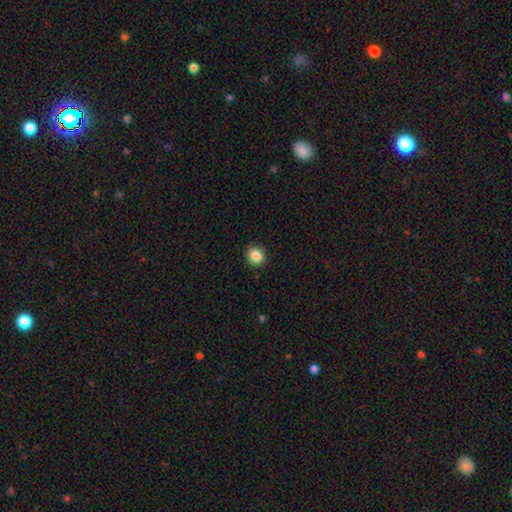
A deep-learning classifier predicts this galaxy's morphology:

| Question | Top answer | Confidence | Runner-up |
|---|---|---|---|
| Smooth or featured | smooth | 87% | star or artifact (10%) |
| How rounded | round | 89% | in between (10%) |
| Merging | none | 92% | minor disturbance (5%) |